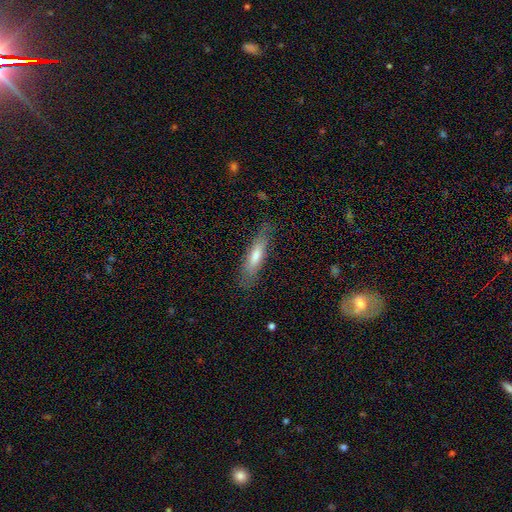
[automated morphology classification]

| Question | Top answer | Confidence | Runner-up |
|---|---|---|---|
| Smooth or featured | smooth | 67% | featured or disk (27%) |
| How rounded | cigar-shaped | 70% | in between (29%) |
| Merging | none | 80% | minor disturbance (15%) |